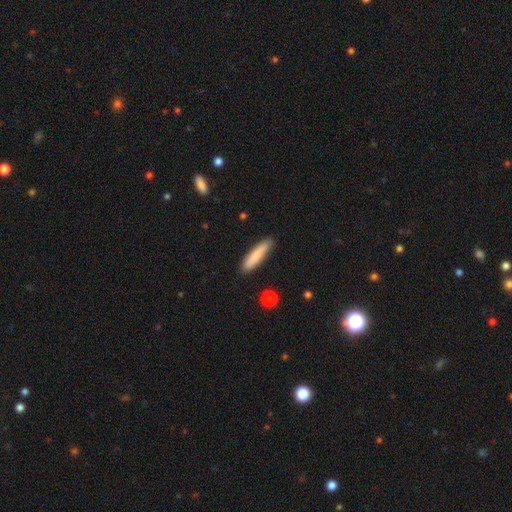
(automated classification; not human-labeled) This is likely a smooth galaxy (78%). How rounded: clearly cigar-shaped (80%). Merging: clearly none (86%).